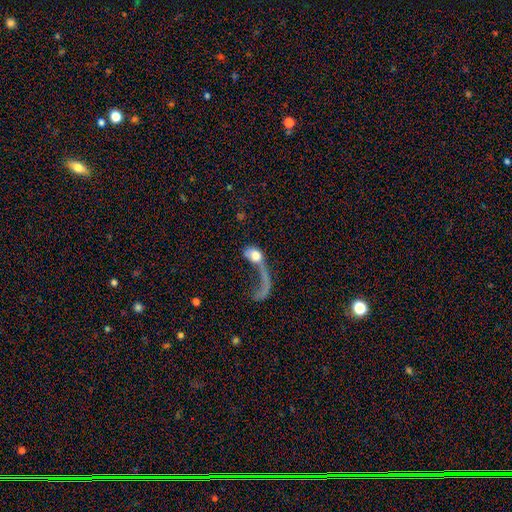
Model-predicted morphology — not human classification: Q: Smooth or featured?
A: smooth (51%); runner-up: featured or disk (40%)
Q: How rounded?
A: in between (56%); runner-up: round (36%)
Q: Merging?
A: major disturbance (63%); runner-up: none (14%)